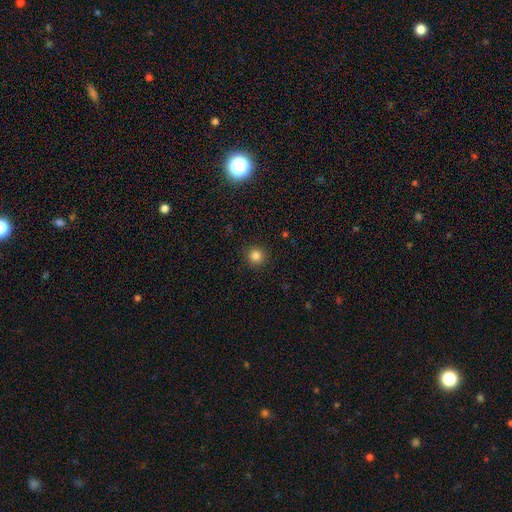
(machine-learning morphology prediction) Smooth or featured: smooth — 83% (star or artifact — 12%)
How rounded: round — 94% (in between — 5%)
Merging: none — 91% (minor disturbance — 6%)